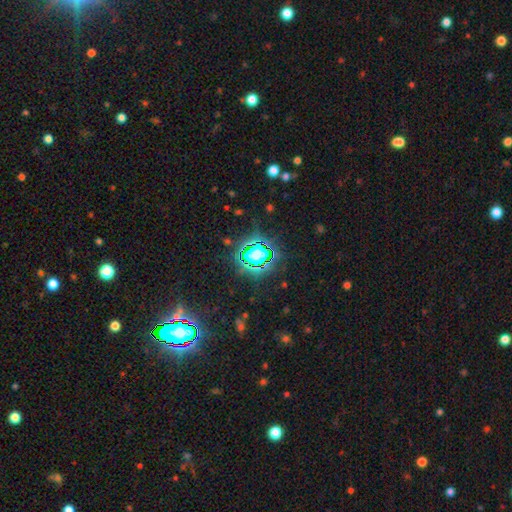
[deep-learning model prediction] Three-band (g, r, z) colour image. It shows a star or artifact, not a galaxy (67%).